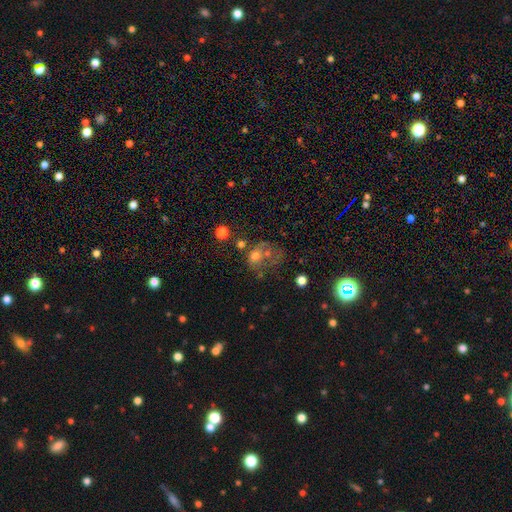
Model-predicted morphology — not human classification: Overall: smooth (47%; featured or disk 30%). Merging: major disturbance (36%; merger 25%).